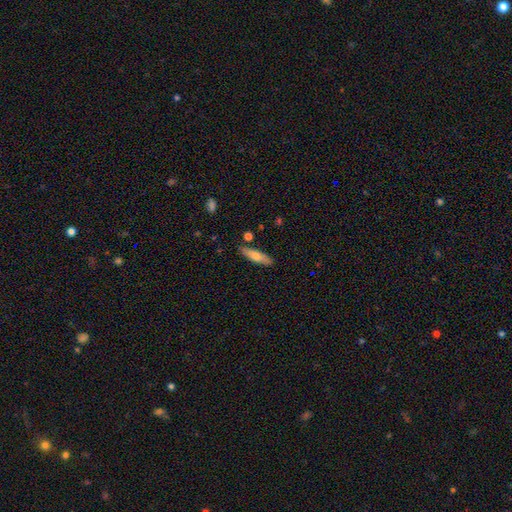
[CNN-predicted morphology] Smooth or featured? smooth (67%)
How rounded? cigar-shaped (67%)
Merging? none (84%)